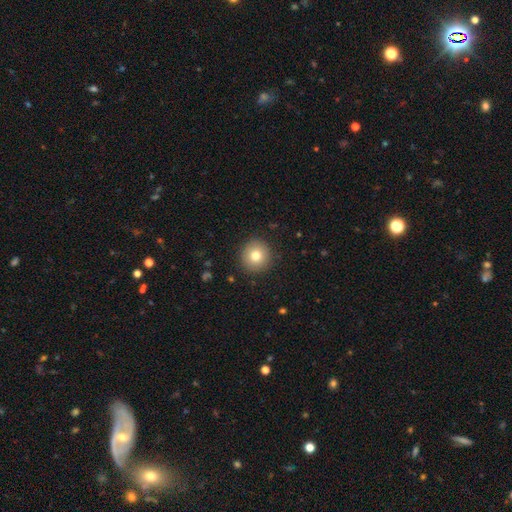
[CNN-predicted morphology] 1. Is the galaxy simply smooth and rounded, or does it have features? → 78% smooth, 11% featured or disk, 10% star or artifact.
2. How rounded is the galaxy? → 94% round, 5% in between, 1% cigar-shaped.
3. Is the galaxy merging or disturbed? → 90% none, 6% minor disturbance, 2% major disturbance, 1% merger.